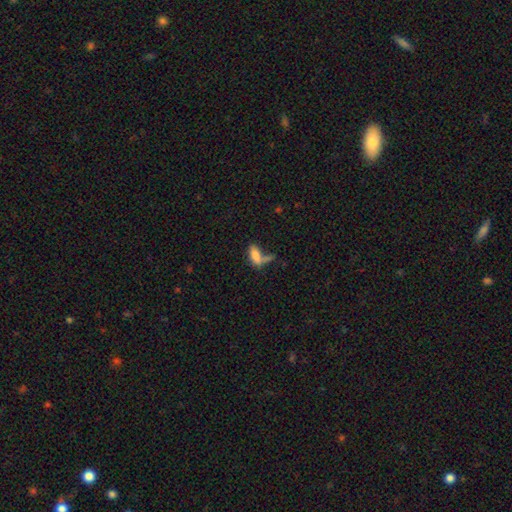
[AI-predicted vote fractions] smooth_or_featured: smooth (p=0.74) [alt: featured or disk p=0.16]
how_rounded: in between (p=0.74) [alt: cigar-shaped p=0.21]
merging: merger (p=0.33) [alt: none p=0.32]